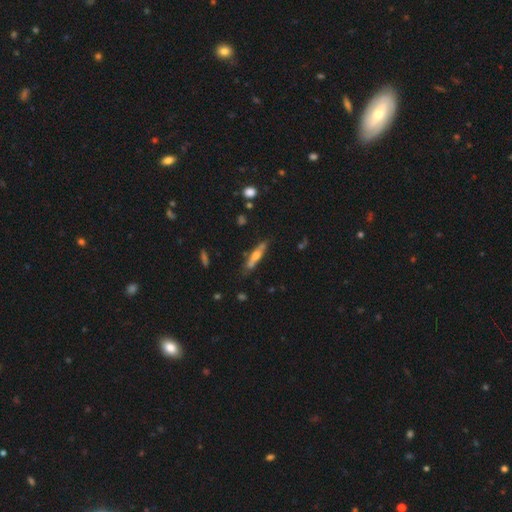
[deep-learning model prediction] Smooth or featured: featured or disk — 52% (smooth — 42%)
Edge-on disk: yes — 86% (no — 14%)
Merging: none — 73% (minor disturbance — 18%)